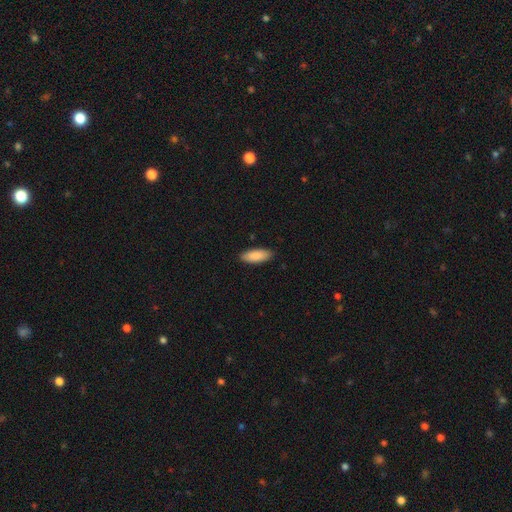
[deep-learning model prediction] This appears to be a smooth galaxy with no disk features (89%) that is in between round and cigar-shaped (75%). Merging: none (88%).